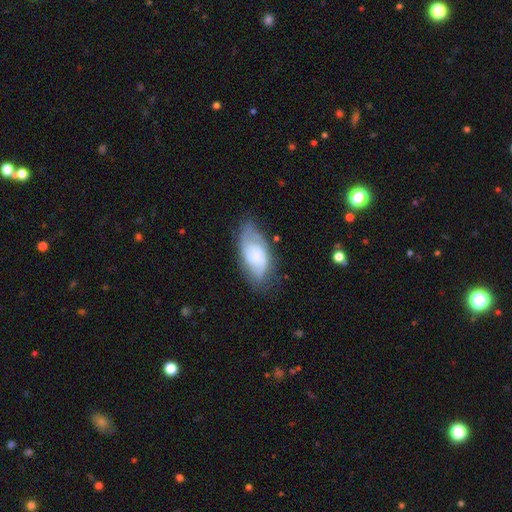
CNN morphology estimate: A featured or disk galaxy (53%).

Vote fractions:
- Smooth or featured? featured or disk: 53% / smooth: 40% / star or artifact: 8%
- Edge-on disk? no: 93% / yes: 7%
- Merging? none: 56% / minor disturbance: 29% / major disturbance: 13% / merger: 2%